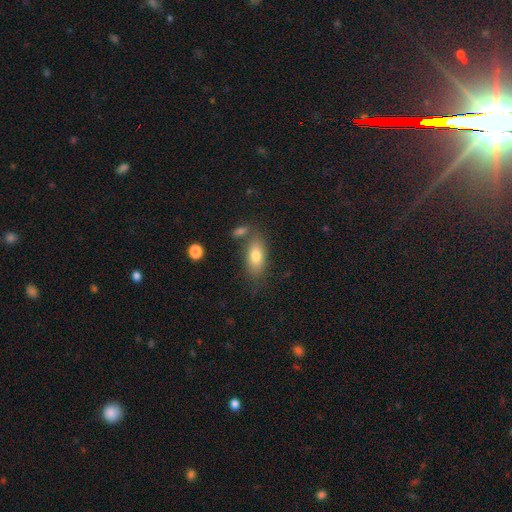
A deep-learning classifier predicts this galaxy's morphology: smooth 78%, featured or disk 14%, star or artifact 8%. Down the decision tree: how rounded — in between (88%); merging — none (69%).